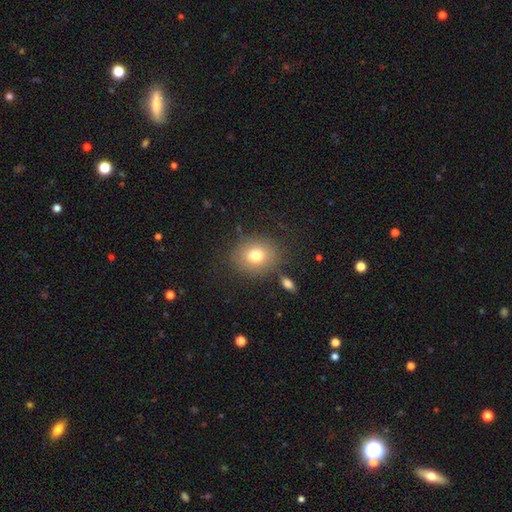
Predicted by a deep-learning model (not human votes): This appears to be a smooth galaxy with no disk features (76%) that is round (67%). Merging: none (79%).